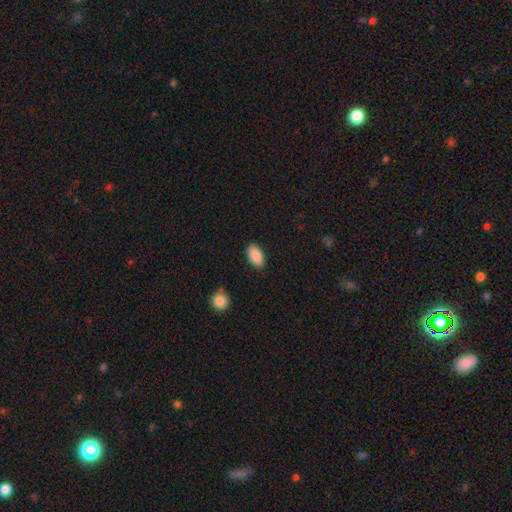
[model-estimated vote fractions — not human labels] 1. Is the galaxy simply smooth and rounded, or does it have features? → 89% smooth, 7% star or artifact, 4% featured or disk.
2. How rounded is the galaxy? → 94% in between, 3% round, 3% cigar-shaped.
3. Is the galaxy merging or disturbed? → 87% none, 9% minor disturbance, 2% major disturbance, 1% merger.